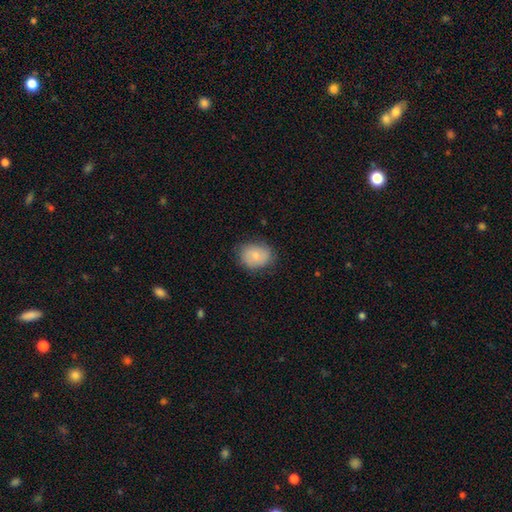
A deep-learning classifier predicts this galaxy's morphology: Q: Smooth or featured?
A: smooth (76%); runner-up: featured or disk (16%)
Q: How rounded?
A: in between (55%); runner-up: round (44%)
Q: Merging?
A: none (79%); runner-up: minor disturbance (16%)